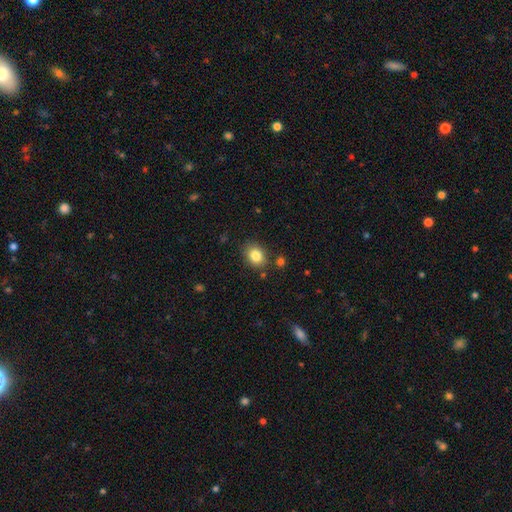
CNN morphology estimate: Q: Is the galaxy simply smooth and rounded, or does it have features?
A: smooth — 84%.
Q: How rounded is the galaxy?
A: in between — 54%.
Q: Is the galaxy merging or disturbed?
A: none — 82%.